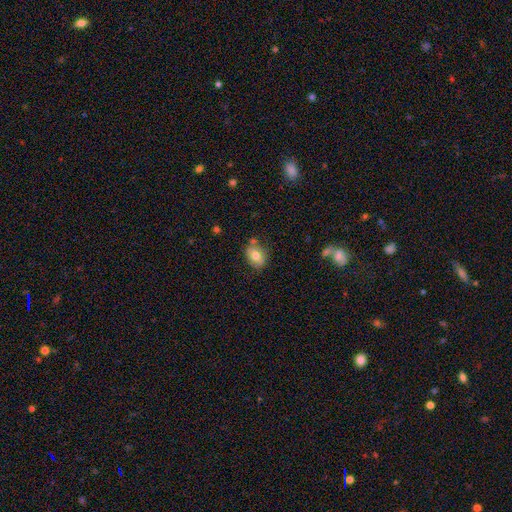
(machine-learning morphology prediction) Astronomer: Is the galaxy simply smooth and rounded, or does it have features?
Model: smooth — 74%.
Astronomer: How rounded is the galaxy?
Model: in between — 63%.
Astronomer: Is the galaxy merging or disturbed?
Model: none — 71%.